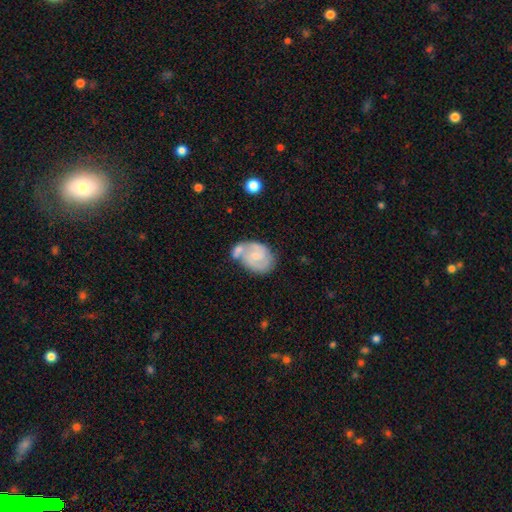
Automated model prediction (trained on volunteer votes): Morphology: type=featured or disk (71%); edge-on=no (98%); bar=no (51%); spiral arms=yes (90%); winding=medium (47%); arm count=2 (74%); bulge=small (66%); merging=none (36%).